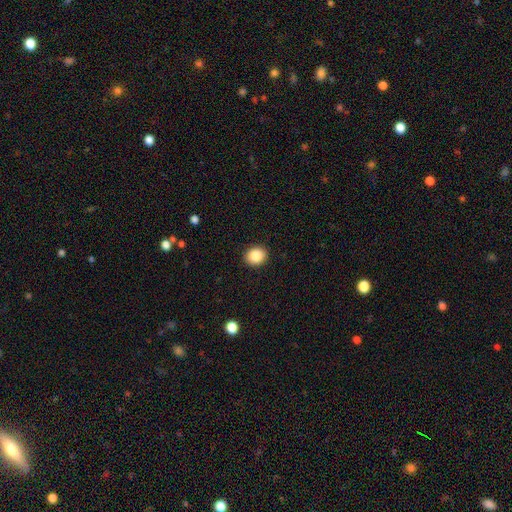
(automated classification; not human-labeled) Q: Smooth or featured?
A: smooth (86%); runner-up: star or artifact (9%)
Q: How rounded?
A: round (61%); runner-up: in between (38%)
Q: Merging?
A: none (91%); runner-up: minor disturbance (6%)